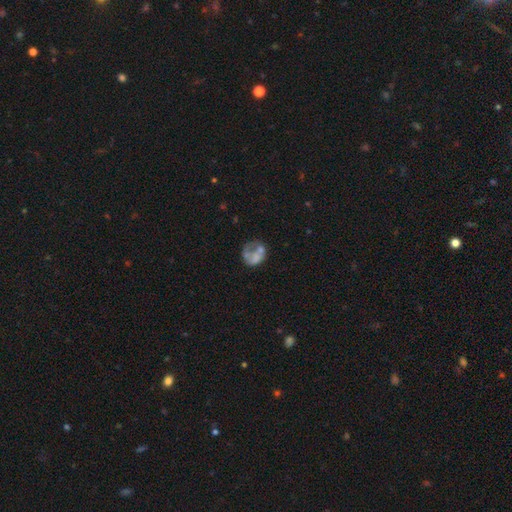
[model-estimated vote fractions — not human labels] A featured or disk galaxy (47%). Merging: none (32%).